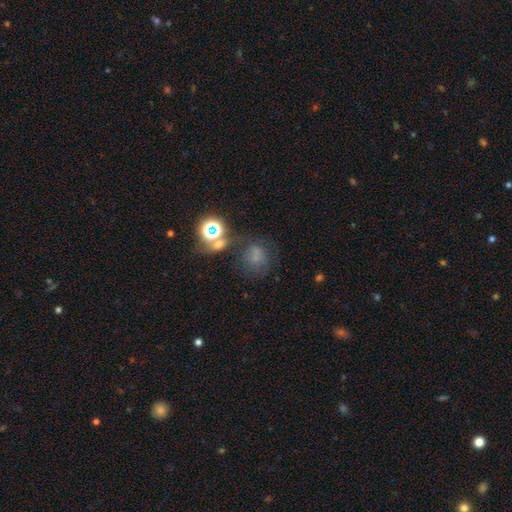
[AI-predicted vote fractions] smooth 57%, star or artifact 29%, featured or disk 14%. Down the decision tree: how rounded — round (80%); merging — none (57%).